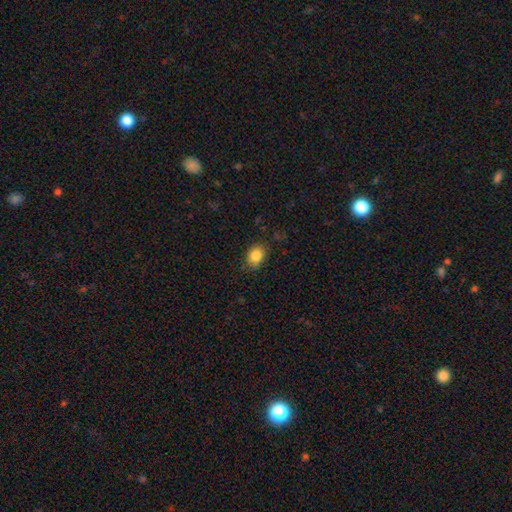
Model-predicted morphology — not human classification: Smooth or featured?
  - smooth: 85% *
  - star or artifact: 9%
  - featured or disk: 6%
How rounded?
  - in between: 66% *
  - round: 33%
  - cigar-shaped: 1%
Merging?
  - none: 81% *
  - minor disturbance: 14%
  - major disturbance: 3%
  - merger: 1%